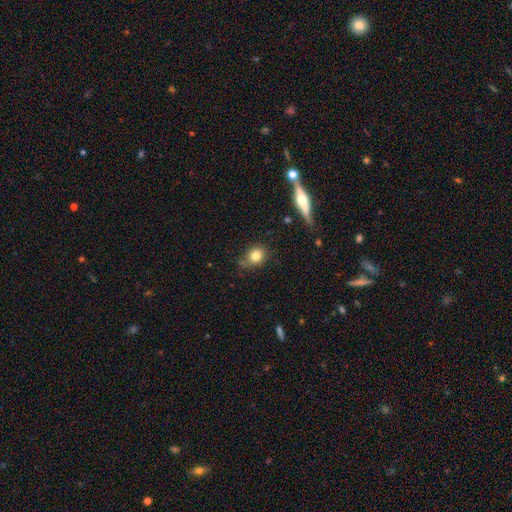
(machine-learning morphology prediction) Smooth or featured?
  - smooth: 80% *
  - star or artifact: 10%
  - featured or disk: 10%
How rounded?
  - round: 67% *
  - in between: 31%
  - cigar-shaped: 2%
Merging?
  - none: 68% *
  - minor disturbance: 22%
  - major disturbance: 5%
  - merger: 5%